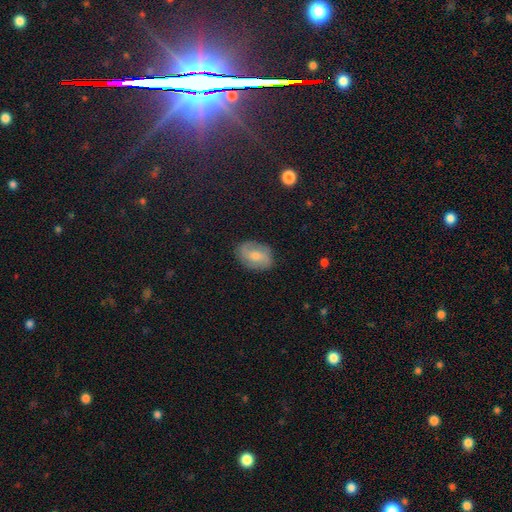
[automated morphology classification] A featured or disk galaxy (50%).

Vote fractions:
- Smooth or featured? featured or disk: 50% / smooth: 42% / star or artifact: 8%
- Merging? none: 82% / minor disturbance: 13% / major disturbance: 4% / merger: 1%